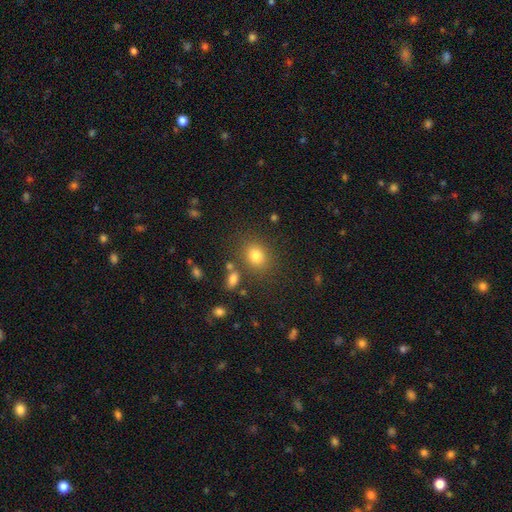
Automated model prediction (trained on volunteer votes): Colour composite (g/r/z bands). It shows a smooth galaxy with no disk features (79%) that is round (61%). Merging: none (79%).